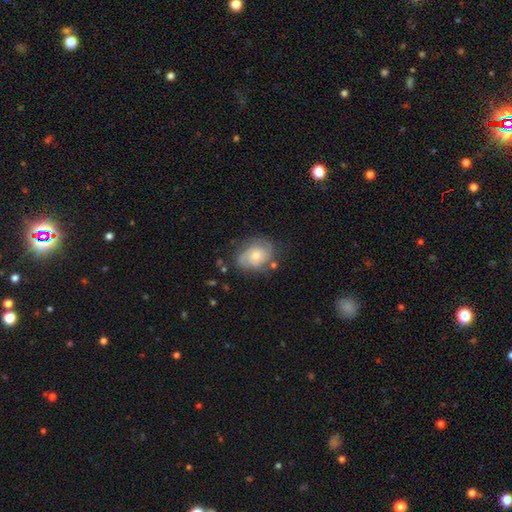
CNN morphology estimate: A featured or disk galaxy (53%) with no bar (78%), spiral arms (78%) and a moderate central bulge (52%).

Vote fractions:
- Smooth or featured? featured or disk: 53% / smooth: 39% / star or artifact: 7%
- Edge-on disk? no: 97% / yes: 3%
- Bar? no: 78% / weak: 19% / strong: 3%
- Spiral arms? yes: 78% / no: 22%
- Bulge size? moderate: 52% / small: 40% / large: 5% / none: 2% / dominant: 1%
- Merging? none: 61% / minor disturbance: 25% / major disturbance: 10% / merger: 4%